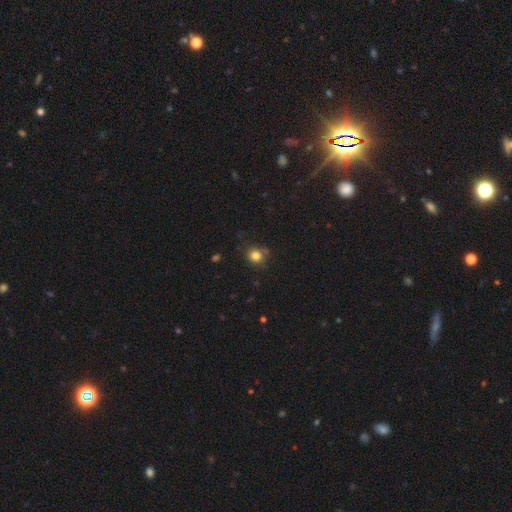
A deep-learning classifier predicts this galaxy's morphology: Smooth or featured? smooth (81%)
How rounded? round (83%)
Merging? none (77%)